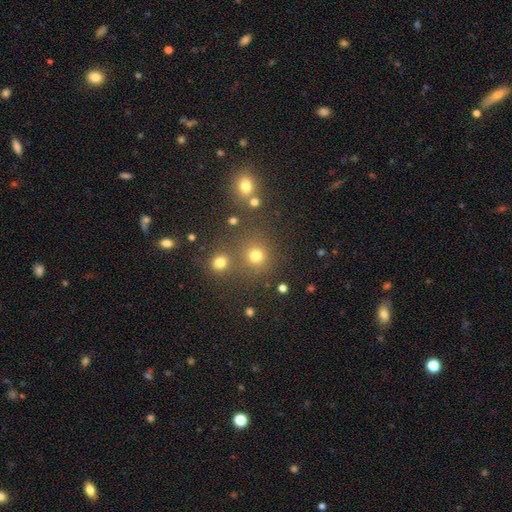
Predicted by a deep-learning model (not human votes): This appears to be a smooth galaxy with no disk features (76%) that is round (90%). Merging: none (71%).